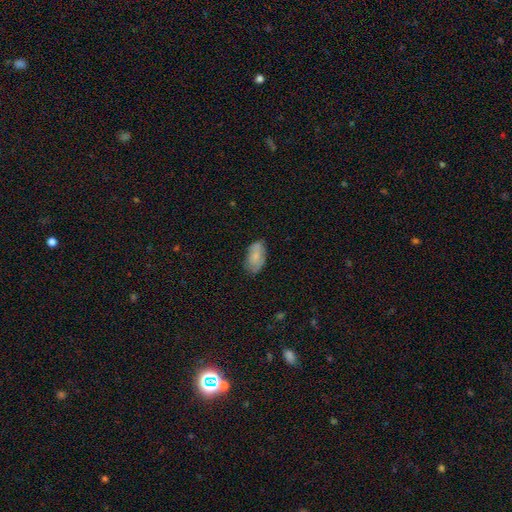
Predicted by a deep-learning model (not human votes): A smooth galaxy with no disk features (73%) that is in between round and cigar-shaped (93%). Merging: none (72%).